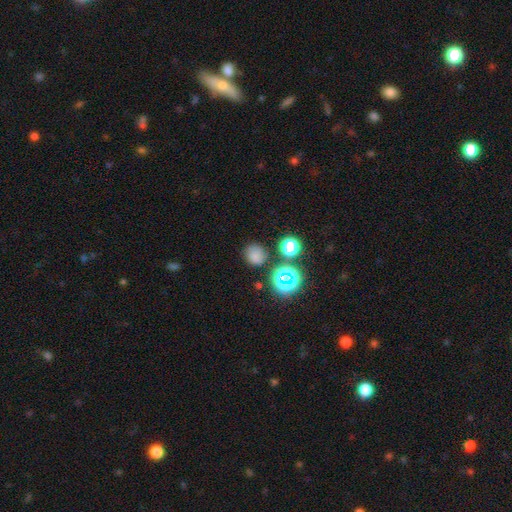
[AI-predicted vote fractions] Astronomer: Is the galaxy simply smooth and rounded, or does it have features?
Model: smooth — 71%.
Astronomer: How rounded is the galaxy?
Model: round — 84%.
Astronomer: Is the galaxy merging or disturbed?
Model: none — 78%.